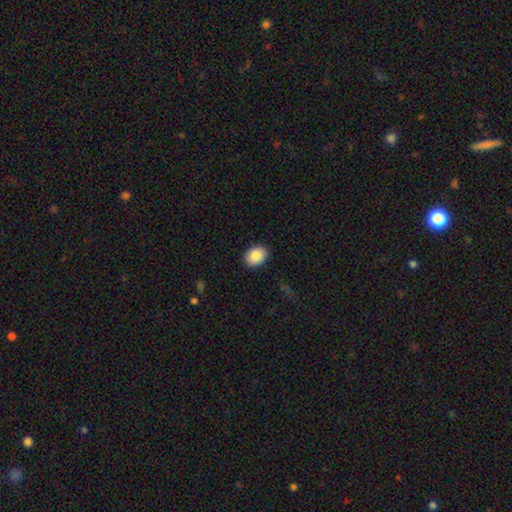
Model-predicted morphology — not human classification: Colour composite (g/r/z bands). It shows a smooth galaxy with no disk features (86%) that is in between round and cigar-shaped (64%). Merging: none (90%).